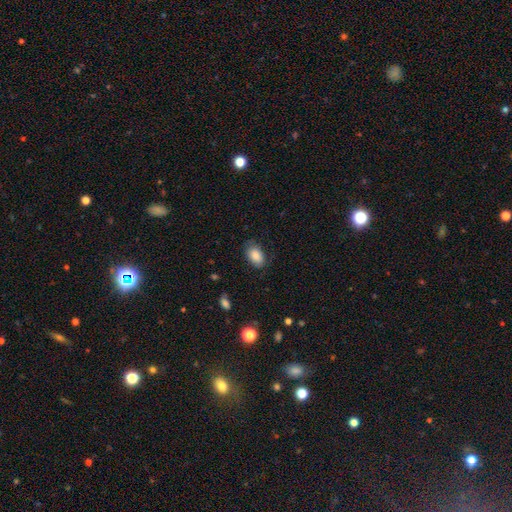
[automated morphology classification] Smooth or featured? smooth (85%)
How rounded? in between (89%)
Merging? none (75%)